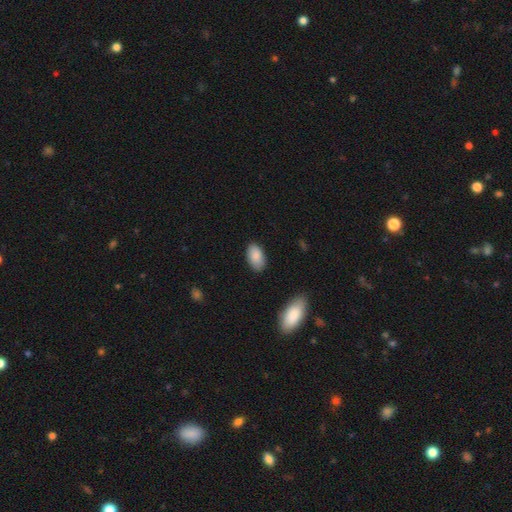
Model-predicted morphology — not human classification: The model was most divided on "merging": none: 85%, minor disturbance: 12%, major disturbance: 2%, merger: 1%. More confident: how rounded — in between (95%); smooth or featured — smooth (87%).